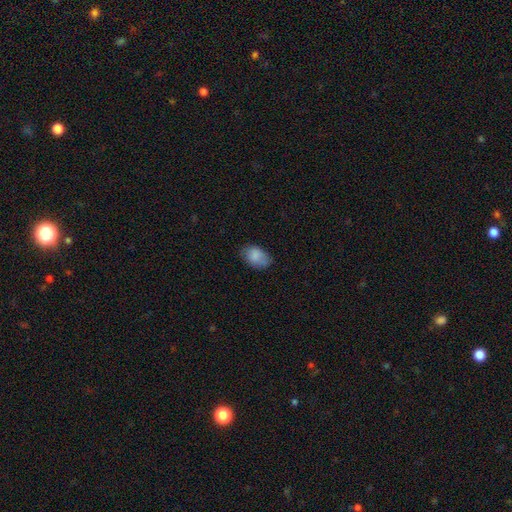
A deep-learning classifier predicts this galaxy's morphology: Q: Smooth or featured?
A: smooth (86%); runner-up: star or artifact (7%)
Q: How rounded?
A: in between (88%); runner-up: round (11%)
Q: Merging?
A: none (72%); runner-up: minor disturbance (22%)